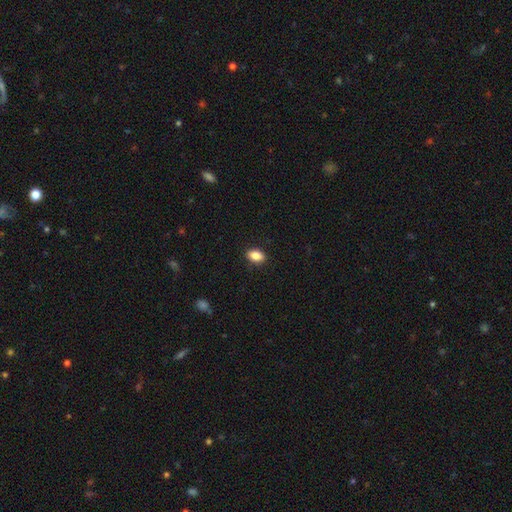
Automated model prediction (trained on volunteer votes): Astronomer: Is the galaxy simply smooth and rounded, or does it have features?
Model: smooth — 87%.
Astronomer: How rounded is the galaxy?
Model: in between — 85%.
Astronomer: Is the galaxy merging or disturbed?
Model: none — 88%.